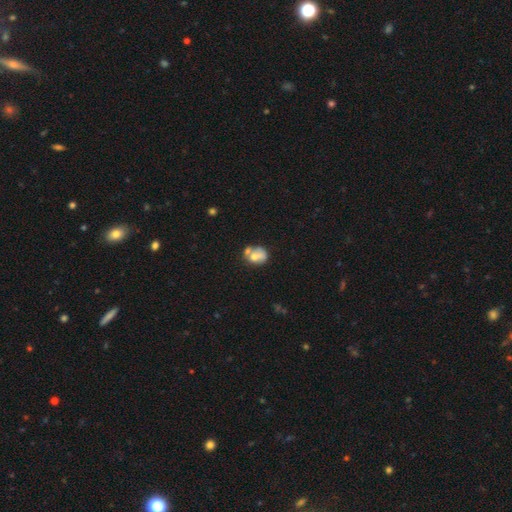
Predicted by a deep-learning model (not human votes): Overall: smooth (61%; featured or disk 30%). How rounded: in between (52%; round 46%). Merging: merger (41%; none 34%).